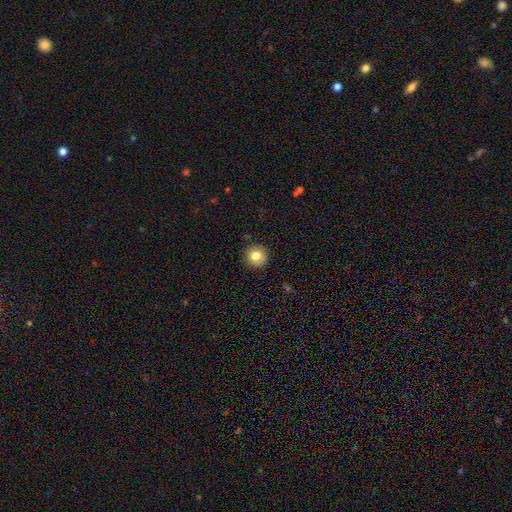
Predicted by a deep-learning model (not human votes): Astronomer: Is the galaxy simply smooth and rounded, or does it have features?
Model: smooth — 82%.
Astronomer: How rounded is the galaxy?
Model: round — 95%.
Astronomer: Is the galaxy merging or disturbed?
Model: none — 91%.